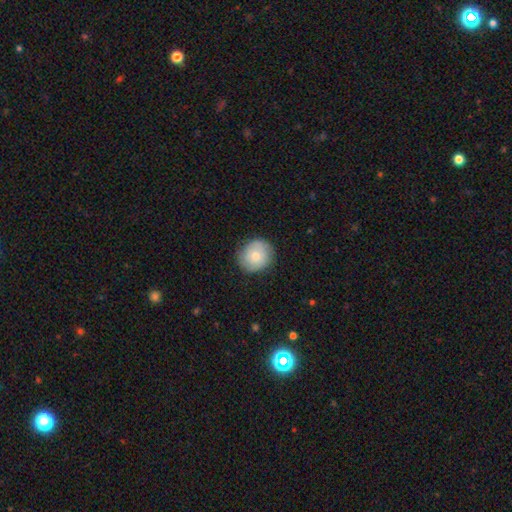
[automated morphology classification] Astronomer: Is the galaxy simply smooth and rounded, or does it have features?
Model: smooth — 75%.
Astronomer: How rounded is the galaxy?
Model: round — 83%.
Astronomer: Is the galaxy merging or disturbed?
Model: none — 83%.